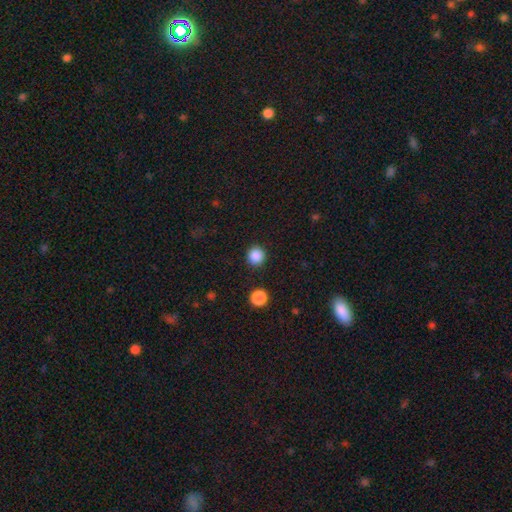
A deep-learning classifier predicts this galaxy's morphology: Smooth or featured?
  - smooth: 86% *
  - star or artifact: 11%
  - featured or disk: 3%
How rounded?
  - round: 94% *
  - in between: 5%
  - cigar-shaped: 1%
Merging?
  - none: 90% *
  - minor disturbance: 6%
  - major disturbance: 2%
  - merger: 2%